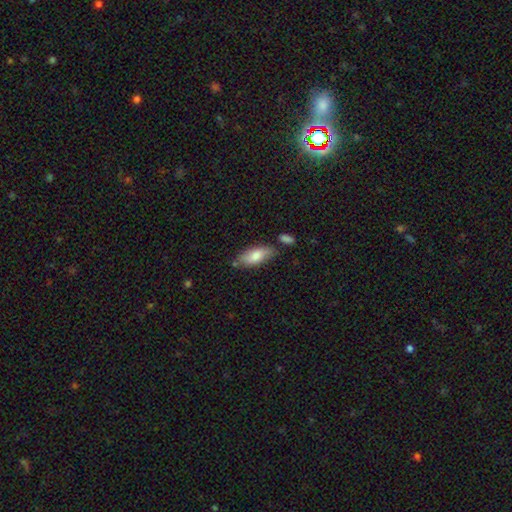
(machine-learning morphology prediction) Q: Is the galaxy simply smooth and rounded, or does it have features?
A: smooth — 78%.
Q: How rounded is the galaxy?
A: in between — 79%.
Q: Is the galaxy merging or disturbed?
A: none — 70%.